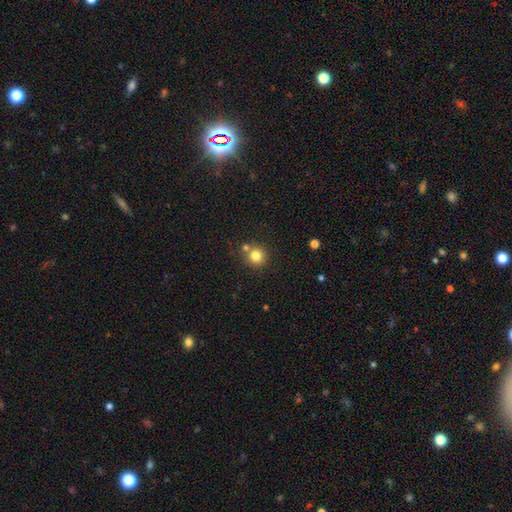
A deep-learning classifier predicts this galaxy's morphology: Q: Smooth or featured?
A: smooth (80%); runner-up: star or artifact (13%)
Q: How rounded?
A: round (92%); runner-up: in between (8%)
Q: Merging?
A: none (71%); runner-up: merger (18%)